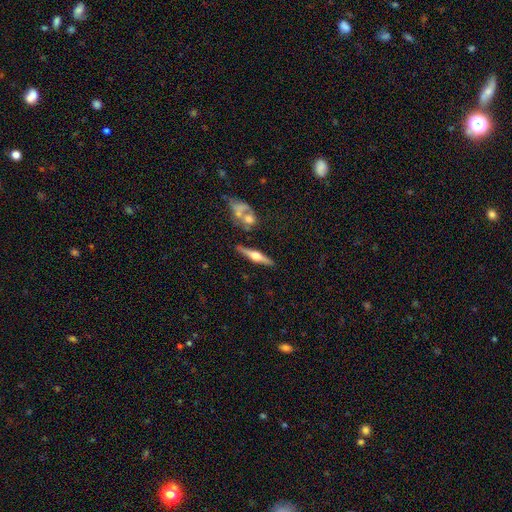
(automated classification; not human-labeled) smooth_or_featured: featured or disk (p=0.71) [alt: smooth p=0.23]
disk_edge_on: yes (p=0.97) [alt: no p=0.03]
edge_on_bulge: rounded (p=0.94) [alt: boxy p=0.04]
merging: none (p=0.84) [alt: minor disturbance p=0.09]